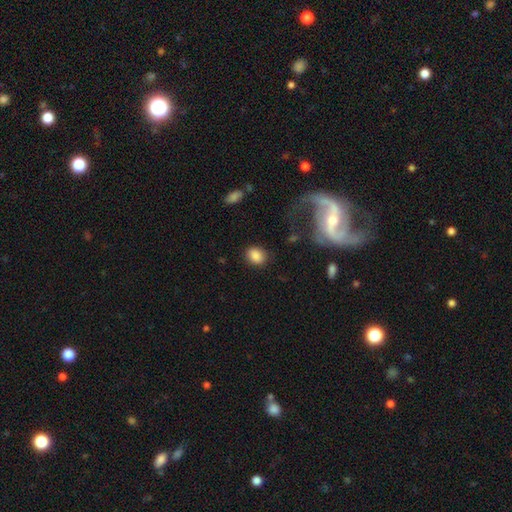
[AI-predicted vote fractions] Smooth or featured: smooth — 85% (star or artifact — 9%)
How rounded: in between — 57% (round — 41%)
Merging: none — 84% (minor disturbance — 10%)